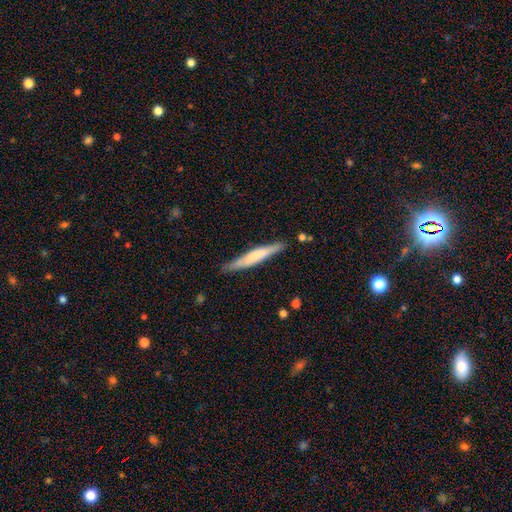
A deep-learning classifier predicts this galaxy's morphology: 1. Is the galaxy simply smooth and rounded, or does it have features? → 55% smooth, 40% featured or disk, 5% star or artifact.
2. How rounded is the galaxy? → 94% cigar-shaped, 5% in between, 1% round.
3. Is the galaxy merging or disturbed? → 84% none, 12% minor disturbance, 2% major disturbance, 2% merger.